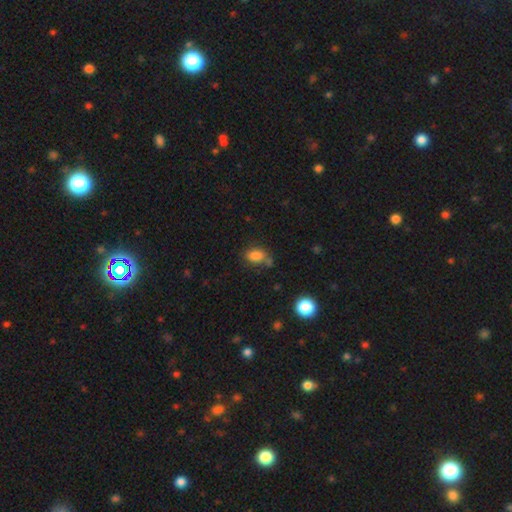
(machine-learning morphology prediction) Smooth or featured? Predicted: smooth (p=0.82). How rounded? Predicted: in between (p=0.80). Merging? Predicted: none (p=0.61).